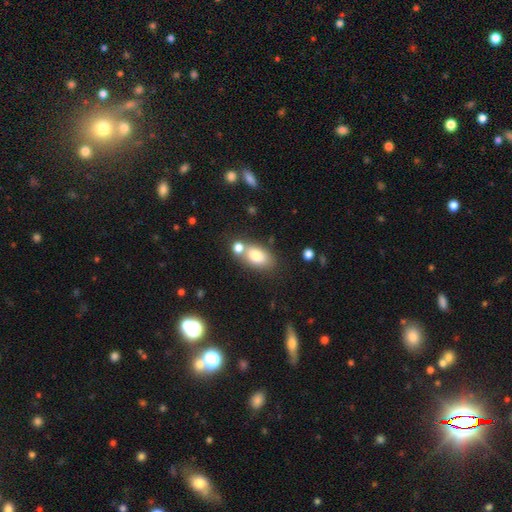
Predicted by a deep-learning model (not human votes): smooth_or_featured: smooth (p=0.78) [alt: featured or disk p=0.14]
how_rounded: in between (p=0.87) [alt: round p=0.11]
merging: none (p=0.52) [alt: merger p=0.31]